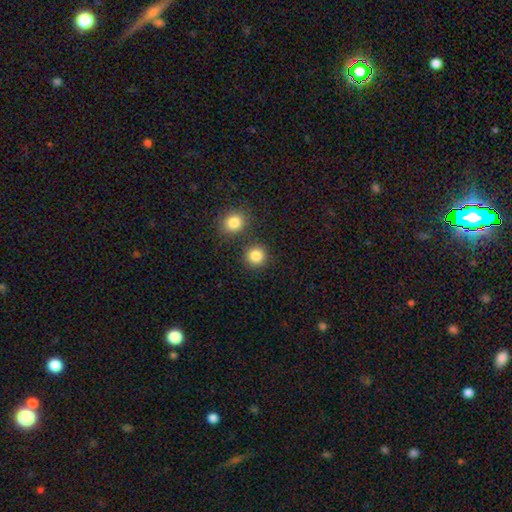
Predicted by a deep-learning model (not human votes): Q: Smooth or featured?
A: smooth (85%); runner-up: star or artifact (11%)
Q: How rounded?
A: round (90%); runner-up: in between (9%)
Q: Merging?
A: none (81%); runner-up: merger (9%)